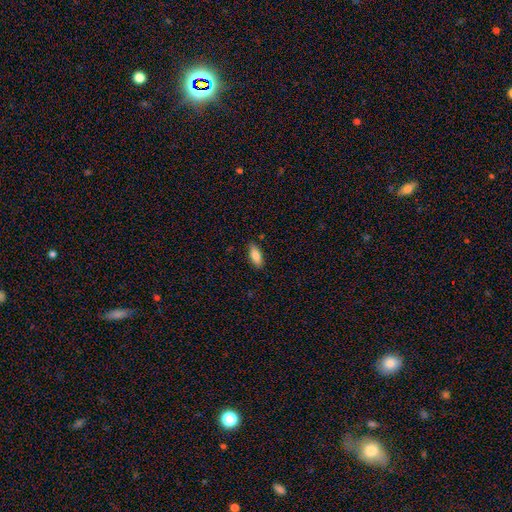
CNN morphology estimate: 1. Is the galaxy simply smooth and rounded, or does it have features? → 83% smooth, 10% featured or disk, 6% star or artifact.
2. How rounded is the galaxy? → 78% in between, 20% cigar-shaped, 2% round.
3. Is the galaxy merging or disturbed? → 86% none, 11% minor disturbance, 2% major disturbance, 1% merger.